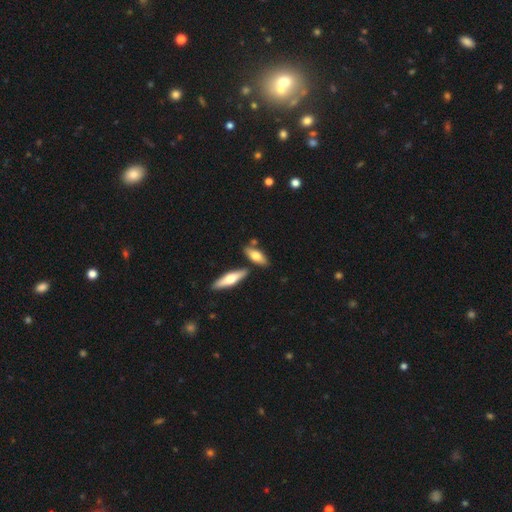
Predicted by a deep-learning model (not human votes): This appears to be a smooth galaxy with no disk features (66%) that is in between round and cigar-shaped (66%). Merging: none (70%).